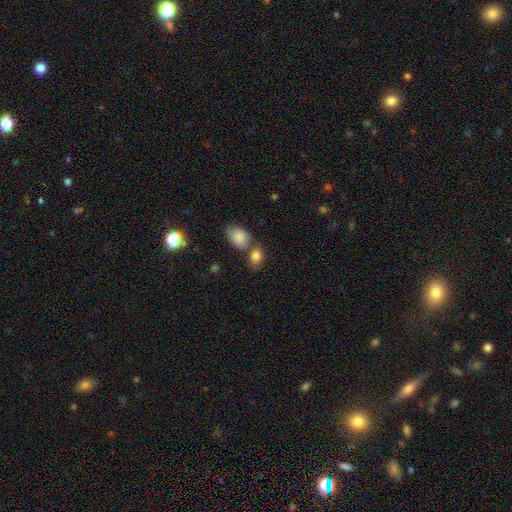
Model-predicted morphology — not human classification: This appears to be a smooth galaxy with no disk features (83%) that is in between round and cigar-shaped (81%). Merging: none (48%).